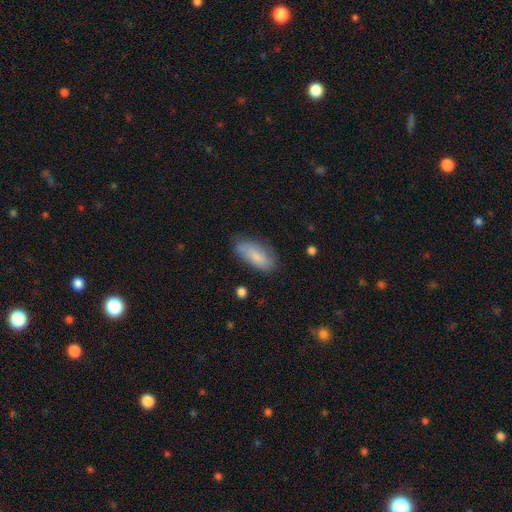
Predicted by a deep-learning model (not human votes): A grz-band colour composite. It shows a smooth galaxy with no disk features (81%) that is in between round and cigar-shaped (82%). Merging: none (75%).